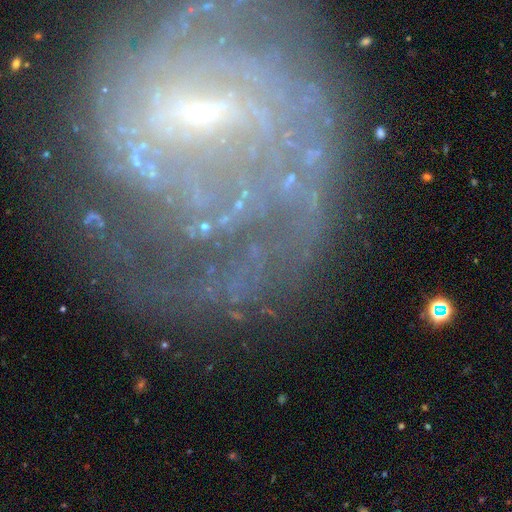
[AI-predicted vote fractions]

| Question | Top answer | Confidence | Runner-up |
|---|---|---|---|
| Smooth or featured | featured or disk | 68% | star or artifact (20%) |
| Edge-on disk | no | 93% | yes (7%) |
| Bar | no | 43% | weak (32%) |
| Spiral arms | yes | 78% | no (22%) |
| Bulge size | small | 65% | moderate (18%) |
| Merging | none | 59% | major disturbance (18%) |